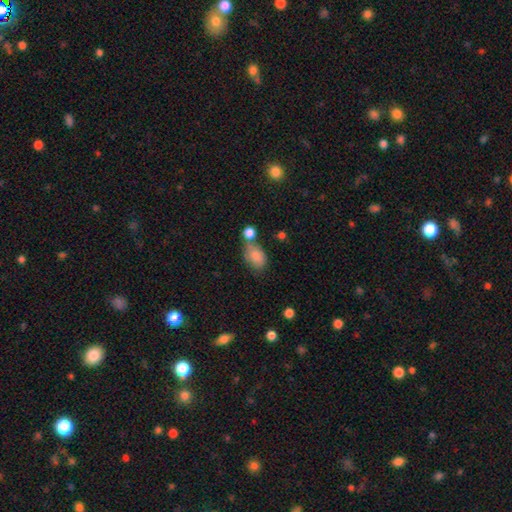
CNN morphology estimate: This appears to be a smooth galaxy with no disk features (83%) that is in between round and cigar-shaped (86%). Merging: none (43%).